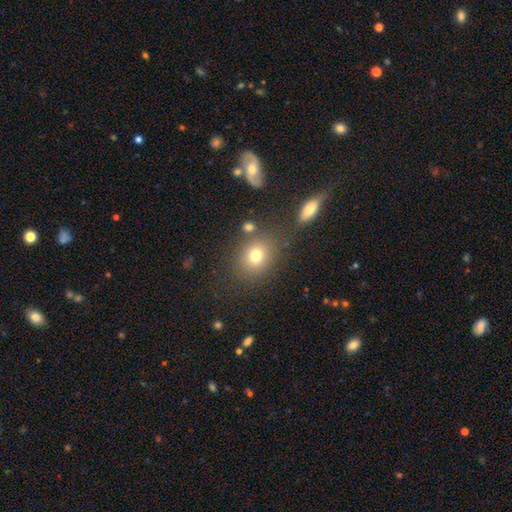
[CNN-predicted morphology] smooth 76%, star or artifact 14%, featured or disk 10%. Down the decision tree: how rounded — round (61%); merging — none (76%).